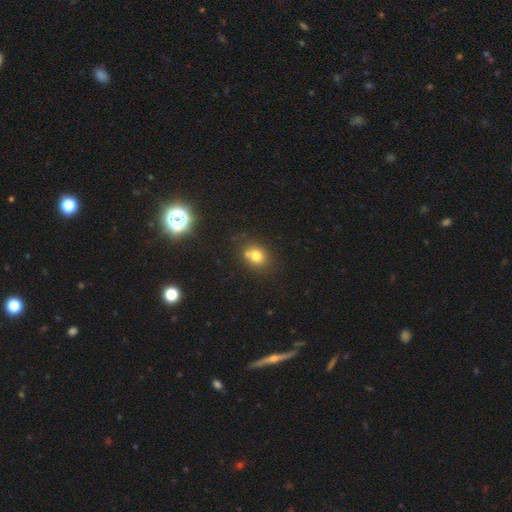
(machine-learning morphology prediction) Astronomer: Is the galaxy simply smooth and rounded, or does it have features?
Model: smooth — 75%.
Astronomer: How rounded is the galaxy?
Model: round — 62% (runner-up: in between, 37%).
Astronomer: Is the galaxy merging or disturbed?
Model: none — 62%.